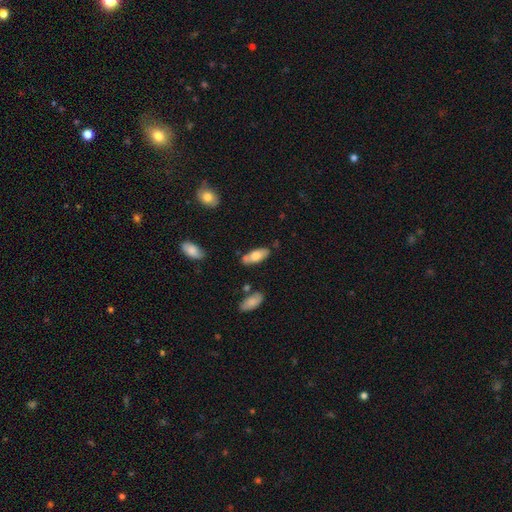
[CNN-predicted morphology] Smooth or featured: smooth — 67% (featured or disk — 27%)
How rounded: in between — 82% (cigar-shaped — 16%)
Merging: none — 73% (minor disturbance — 17%)